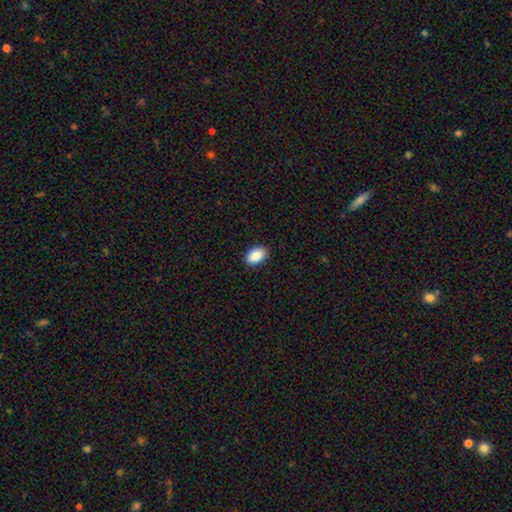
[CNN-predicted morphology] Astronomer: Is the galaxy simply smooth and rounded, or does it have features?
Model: smooth — 88%.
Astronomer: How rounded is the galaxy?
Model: in between — 91%.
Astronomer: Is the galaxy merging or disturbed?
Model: none — 89%.